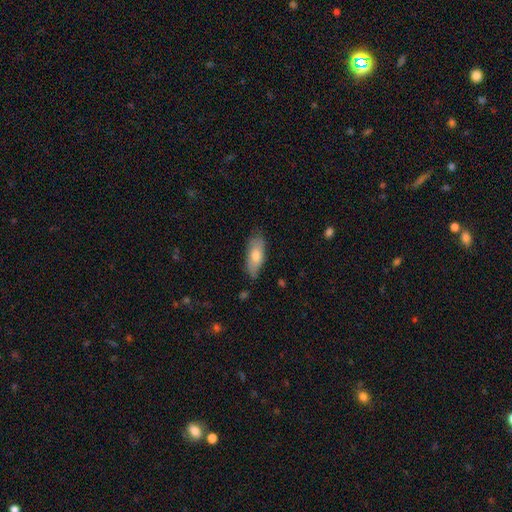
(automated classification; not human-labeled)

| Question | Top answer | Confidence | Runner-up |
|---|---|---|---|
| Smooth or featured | smooth | 67% | featured or disk (26%) |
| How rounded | in between | 75% | cigar-shaped (23%) |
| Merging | none | 76% | minor disturbance (20%) |